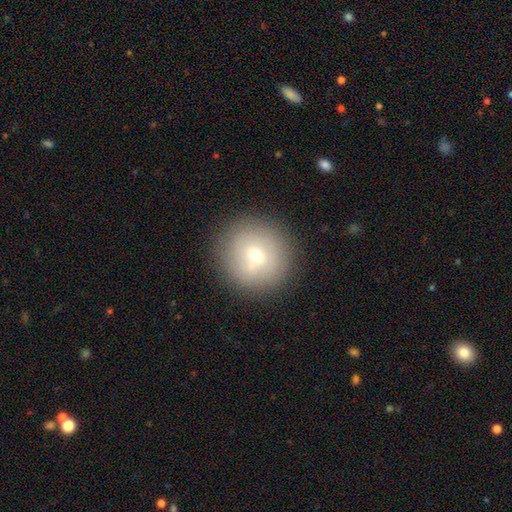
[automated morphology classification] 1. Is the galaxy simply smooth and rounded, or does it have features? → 66% smooth, 21% featured or disk, 13% star or artifact.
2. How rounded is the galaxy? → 95% round, 4% in between, 1% cigar-shaped.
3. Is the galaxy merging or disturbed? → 87% none, 7% minor disturbance, 3% major disturbance, 2% merger.